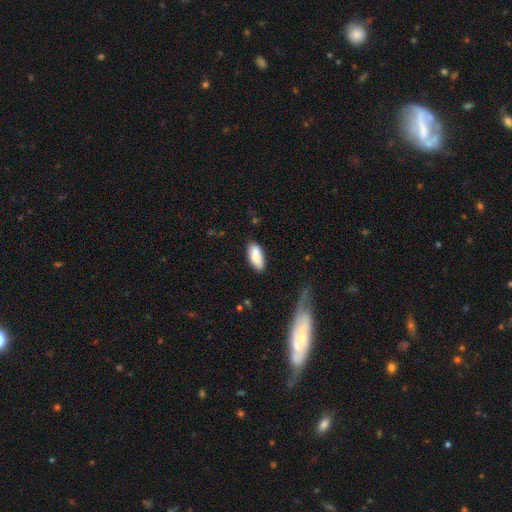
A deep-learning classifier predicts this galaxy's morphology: Overall: smooth (88%). How rounded: in between (85%). Merging: none (78%).